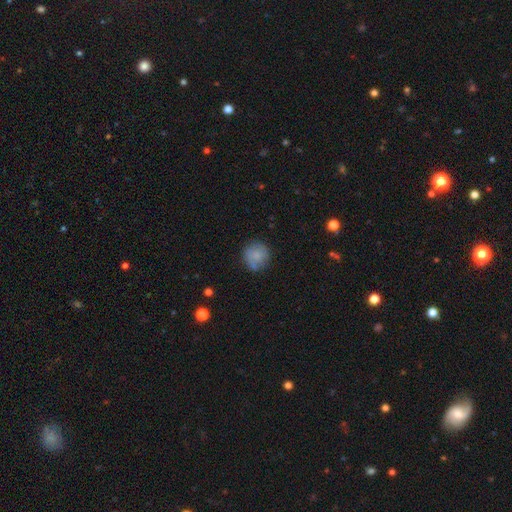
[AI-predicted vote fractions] This appears to be a smooth galaxy with no disk features (75%) that is round (88%). Merging: none (66%).